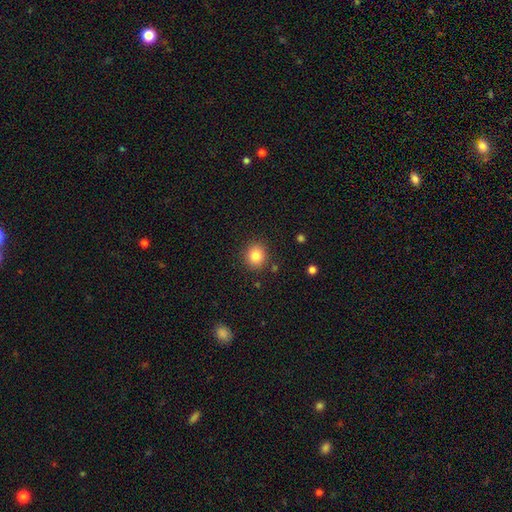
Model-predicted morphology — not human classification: The model was most divided on "smooth or featured": smooth: 84%, star or artifact: 11%, featured or disk: 6%. More confident: merging — none (88%); how rounded — round (87%).